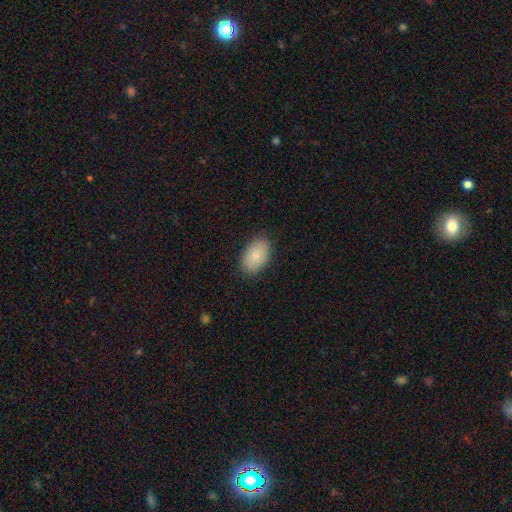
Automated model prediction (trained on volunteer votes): Overall: smooth (86%). How rounded: in between (93%). Merging: none (88%).